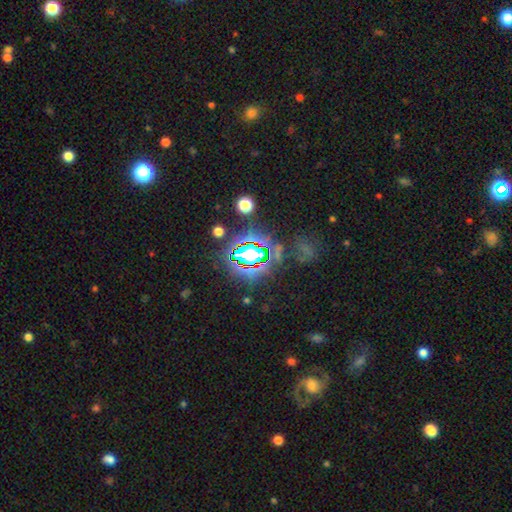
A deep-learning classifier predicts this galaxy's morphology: star or artifact 77%, smooth 14%, featured or disk 9%.